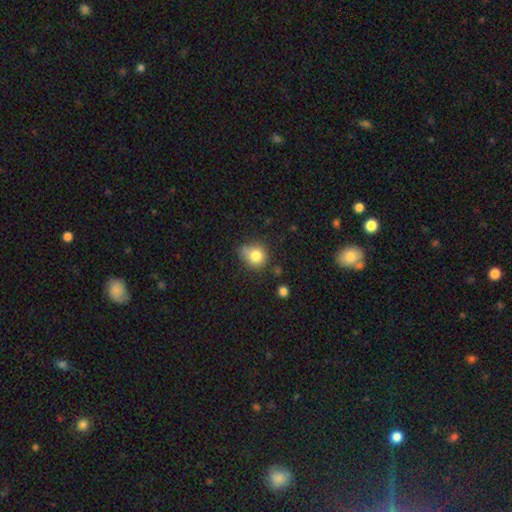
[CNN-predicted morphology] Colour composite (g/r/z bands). It shows a smooth galaxy with no disk features (80%) that is round (73%). Merging: none (53%).